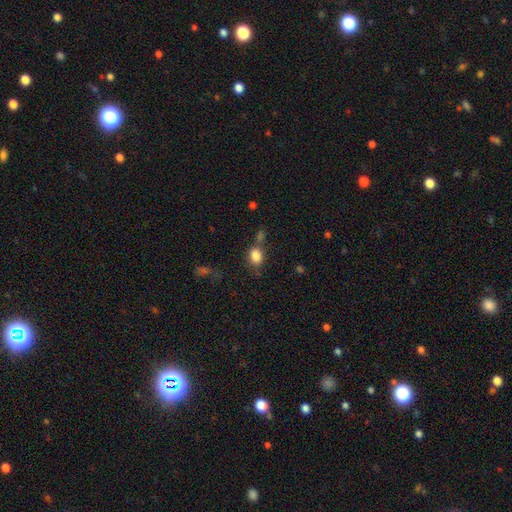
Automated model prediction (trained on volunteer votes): smooth 83%, star or artifact 10%, featured or disk 7%. Down the decision tree: how rounded — in between (66%); merging — none (57%).